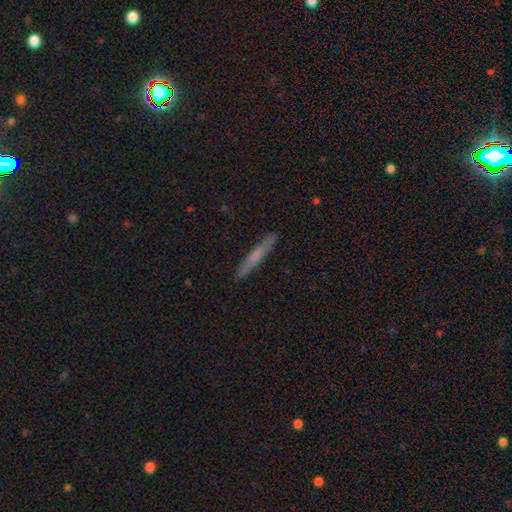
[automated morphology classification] This is possibly a smooth galaxy (57%). How rounded: clearly cigar-shaped (96%). Merging: clearly none (91%).